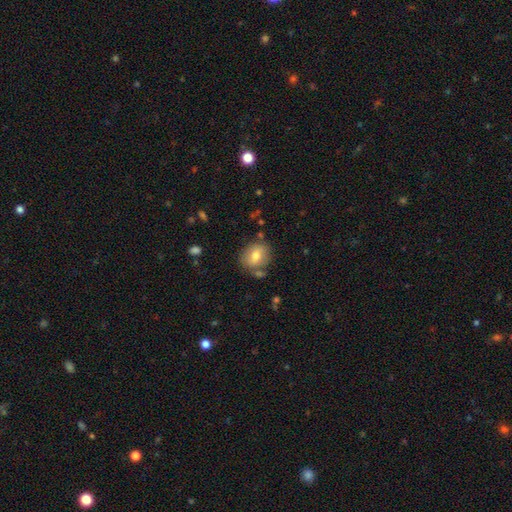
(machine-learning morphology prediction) The model was most divided on "how rounded": round: 63%, in between: 36%, cigar-shaped: 1%. More confident: merging — none (74%); smooth or featured — smooth (74%).